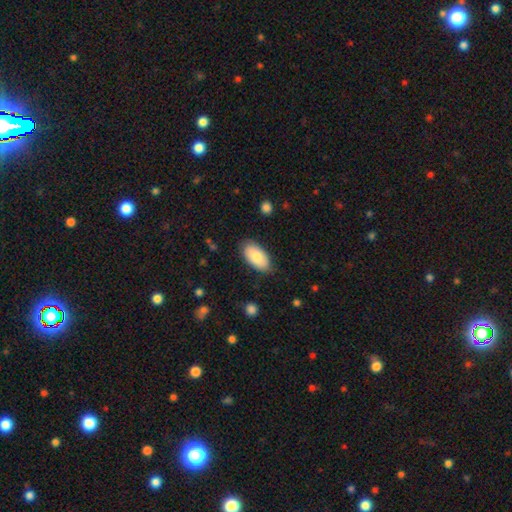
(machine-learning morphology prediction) This appears to be a smooth galaxy with no disk features (81%) that is in between round and cigar-shaped (95%). Merging: none (81%).